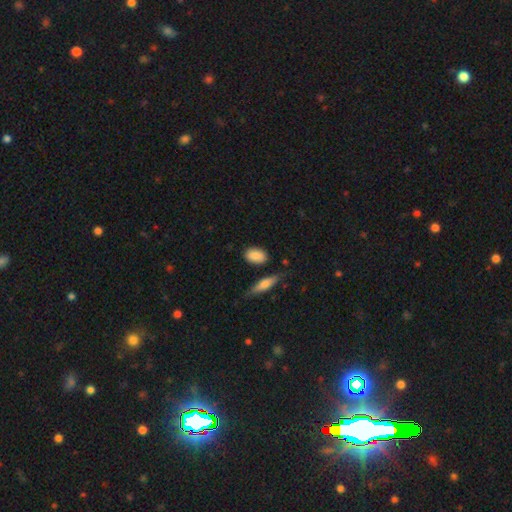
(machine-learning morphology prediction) type=smooth (86%); roundness=in between (84%); merging=none (77%).